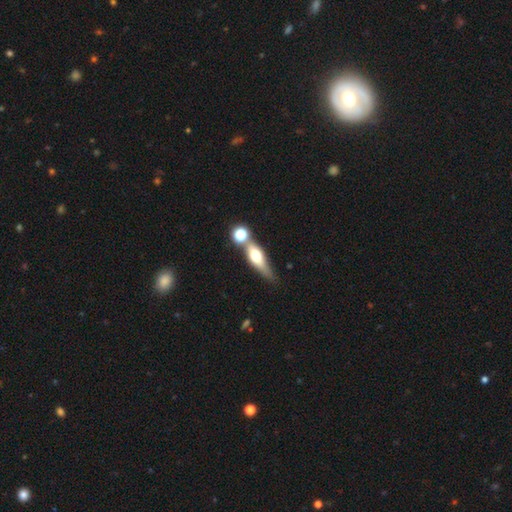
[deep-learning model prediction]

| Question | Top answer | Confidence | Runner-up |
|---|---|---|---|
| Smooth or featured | smooth | 48% | featured or disk (43%) |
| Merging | none | 50% | merger (29%) |